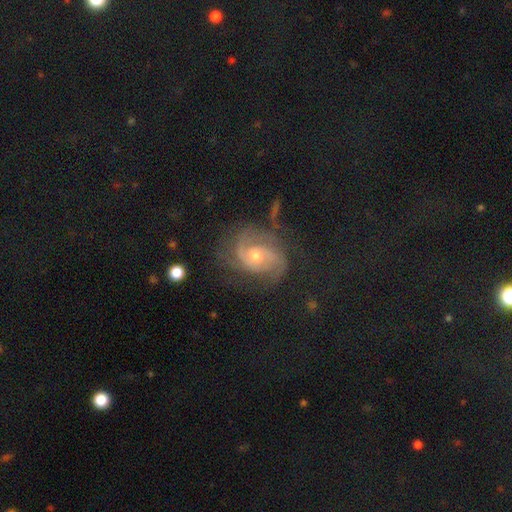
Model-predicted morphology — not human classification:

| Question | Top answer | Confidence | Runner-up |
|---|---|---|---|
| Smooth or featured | featured or disk | 85% | star or artifact (8%) |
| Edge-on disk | no | 98% | yes (2%) |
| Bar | no | 63% | weak (30%) |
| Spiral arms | yes | 96% | no (4%) |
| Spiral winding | tight | 48% | medium (41%) |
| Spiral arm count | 2 | 52% | 3 (19%) |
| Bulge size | moderate | 61% | small (34%) |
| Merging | none | 69% | minor disturbance (19%) |